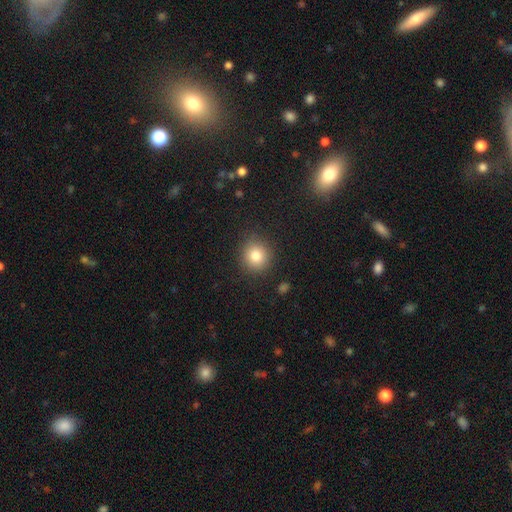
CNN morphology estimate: The model was most divided on "smooth or featured": smooth: 82%, star or artifact: 11%, featured or disk: 7%. More confident: how rounded — round (89%); merging — none (89%).